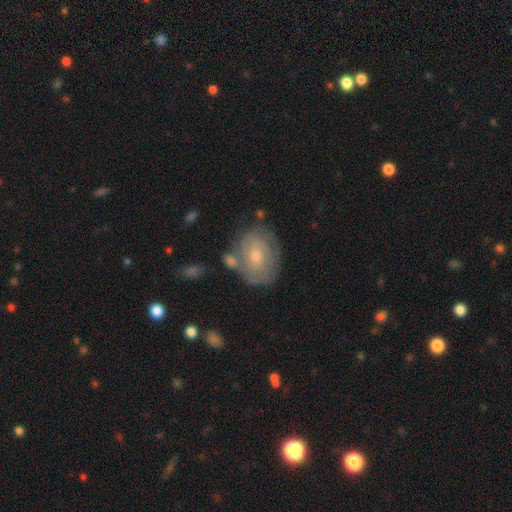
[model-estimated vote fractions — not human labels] Smooth or featured? featured or disk (55%)
Edge-on disk? no (96%)
Bar? no (76%)
Spiral arms? yes (63%)
Bulge size? moderate (48%)
Merging? none (60%)